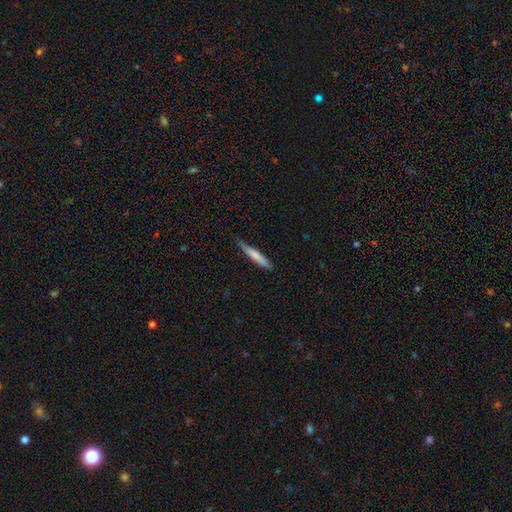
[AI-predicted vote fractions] A smooth galaxy with no disk features (74%) that is cigar-shaped (93%).

Vote fractions:
- Smooth or featured? smooth: 74% / featured or disk: 21% / star or artifact: 5%
- How rounded? cigar-shaped: 93% / in between: 6% / round: 1%
- Merging? none: 79% / minor disturbance: 17% / major disturbance: 2% / merger: 1%